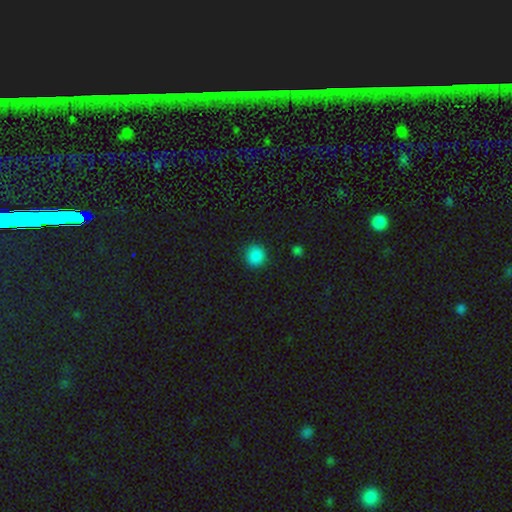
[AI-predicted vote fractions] Morphology: type=smooth (87%); roundness=round (91%); merging=none (91%).